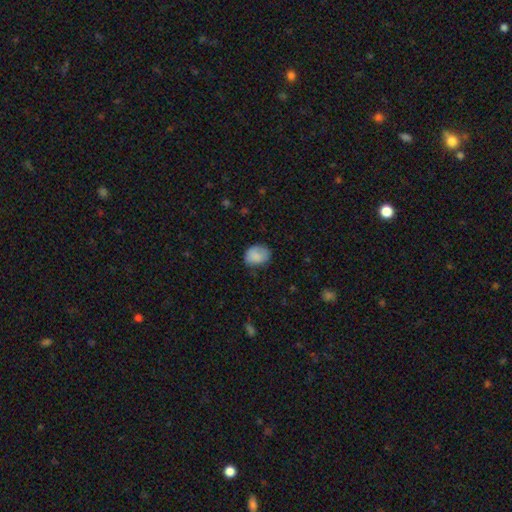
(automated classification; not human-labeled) The model was most divided on "how rounded": in between: 57%, round: 42%, cigar-shaped: 1%. More confident: smooth or featured — smooth (83%); merging — none (66%).